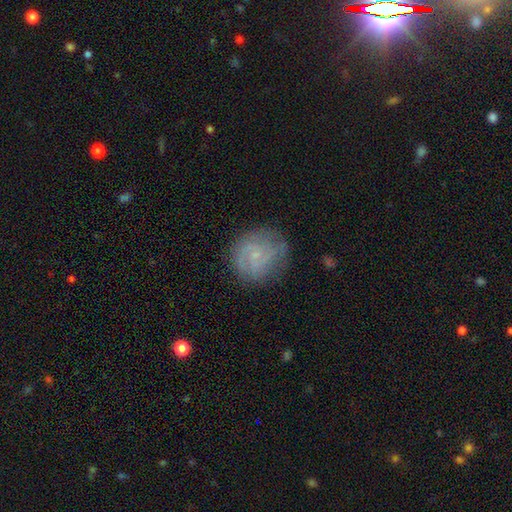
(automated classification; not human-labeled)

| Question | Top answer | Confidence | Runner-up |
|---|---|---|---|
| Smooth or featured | featured or disk | 60% | smooth (31%) |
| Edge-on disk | no | 98% | yes (2%) |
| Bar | no | 65% | weak (31%) |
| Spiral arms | yes | 84% | no (16%) |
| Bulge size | small | 76% | none (12%) |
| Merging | none | 72% | minor disturbance (19%) |